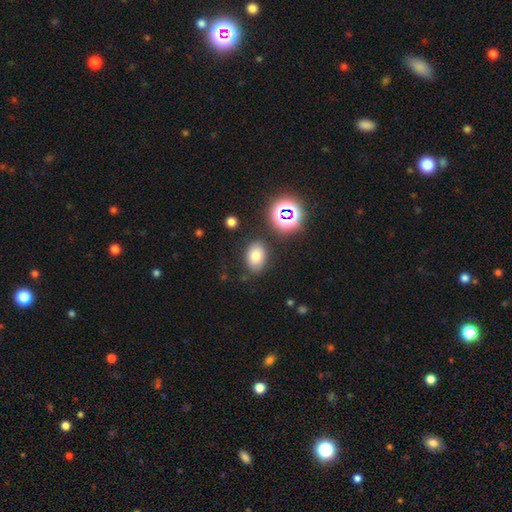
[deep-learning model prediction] smooth 76%, star or artifact 15%, featured or disk 9%. Down the decision tree: how rounded — in between (82%); merging — none (80%).